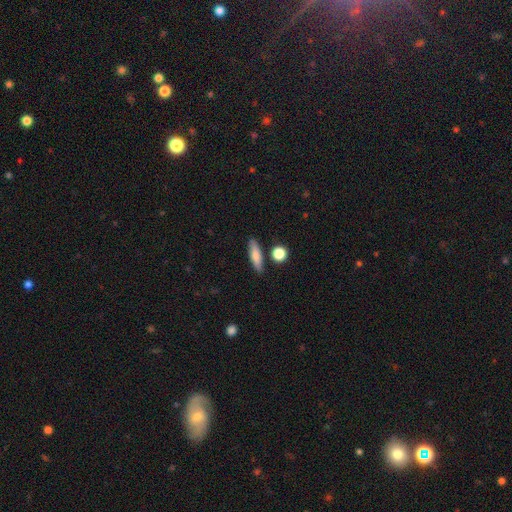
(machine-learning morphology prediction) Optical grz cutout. It shows a smooth galaxy with no disk features (77%) that is cigar-shaped (63%). Merging: none (84%).